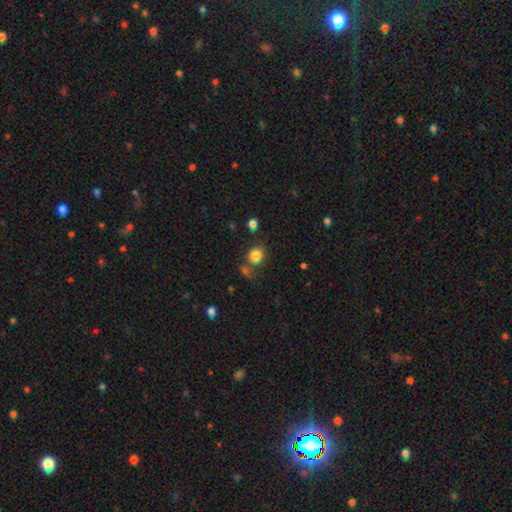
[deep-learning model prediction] Smooth or featured? Predicted: smooth (p=0.83). How rounded? Predicted: round (p=0.77). Merging? Predicted: none (p=0.69).